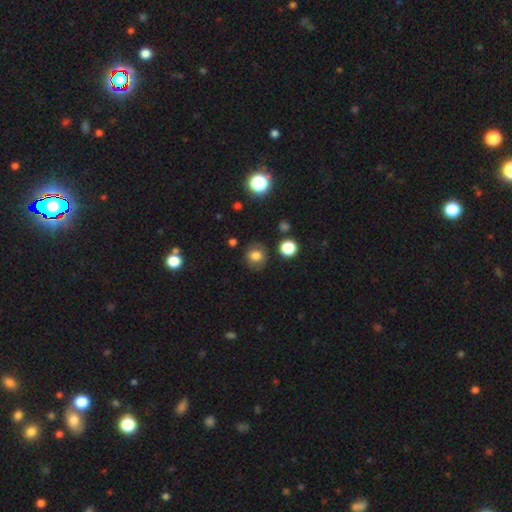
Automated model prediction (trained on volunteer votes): smooth_or_featured: smooth (p=0.75) [alt: featured or disk p=0.13]
how_rounded: round (p=0.76) [alt: in between p=0.23]
merging: none (p=0.81) [alt: minor disturbance p=0.12]